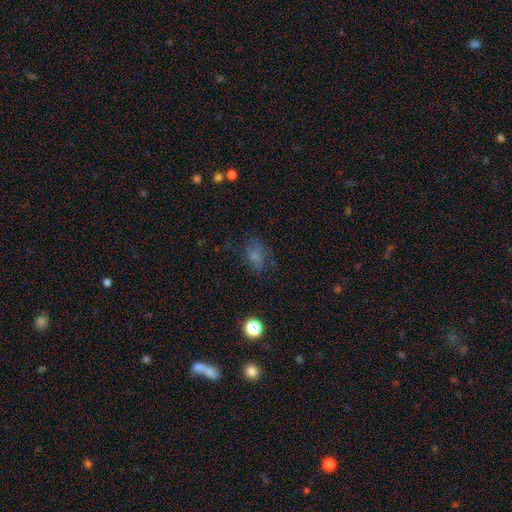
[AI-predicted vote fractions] Smooth or featured? Predicted: smooth (p=0.60). How rounded? Predicted: in between (p=0.67). Merging? Predicted: none (p=0.60).